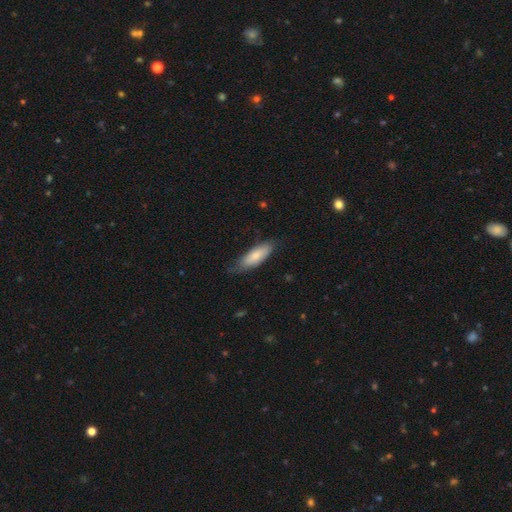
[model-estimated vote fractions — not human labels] The model was most divided on "how rounded": in between: 66%, cigar-shaped: 32%, round: 2%. More confident: smooth or featured — smooth (78%); merging — none (64%).